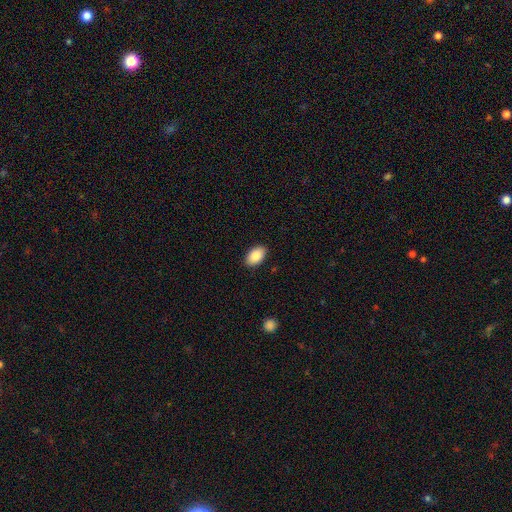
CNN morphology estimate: smooth 86%, featured or disk 7%, star or artifact 7%. Down the decision tree: how rounded — in between (92%); merging — none (90%).